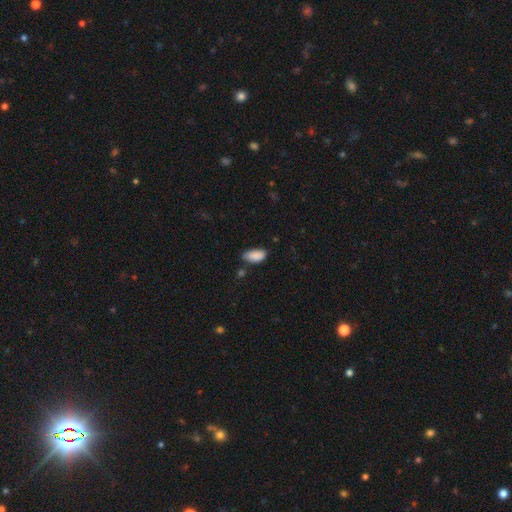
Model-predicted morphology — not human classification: Smooth or featured? smooth (89%)
How rounded? in between (92%)
Merging? none (66%)